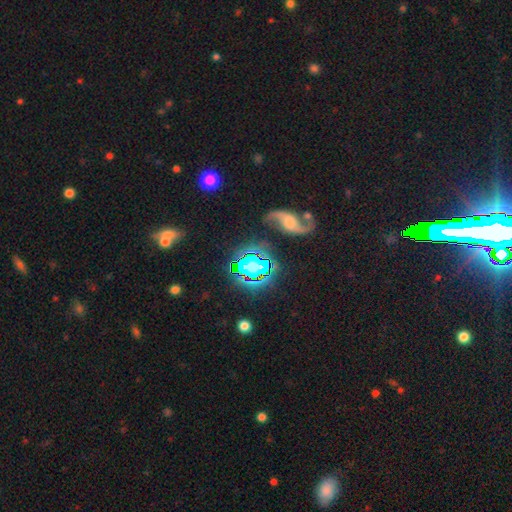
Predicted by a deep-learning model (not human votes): Smooth or featured: featured or disk — 45% (star or artifact — 40%)
Merging: none — 69% (minor disturbance — 12%)